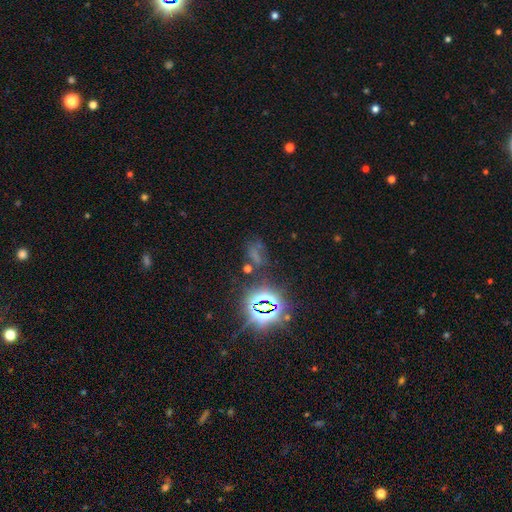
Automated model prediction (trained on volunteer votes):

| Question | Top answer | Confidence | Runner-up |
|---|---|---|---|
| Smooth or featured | star or artifact | 59% | smooth (27%) |